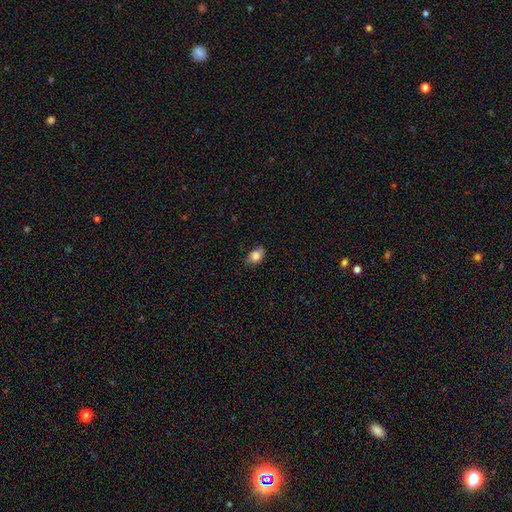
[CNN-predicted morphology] This is clearly a smooth galaxy (83%). How rounded: clearly in between (82%). Merging: likely none (73%).